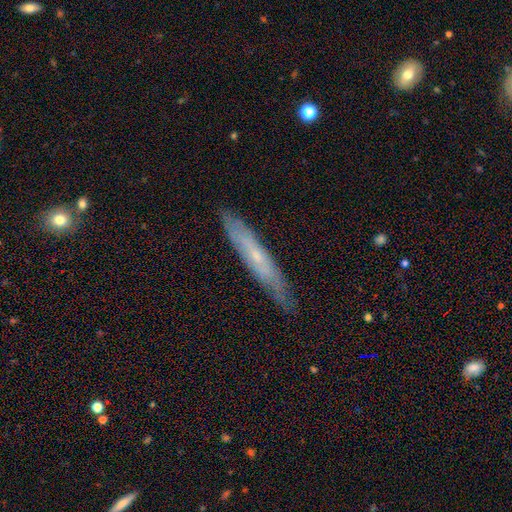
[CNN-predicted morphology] type=featured or disk (60%); edge-on=yes (69%); merging=none (83%).